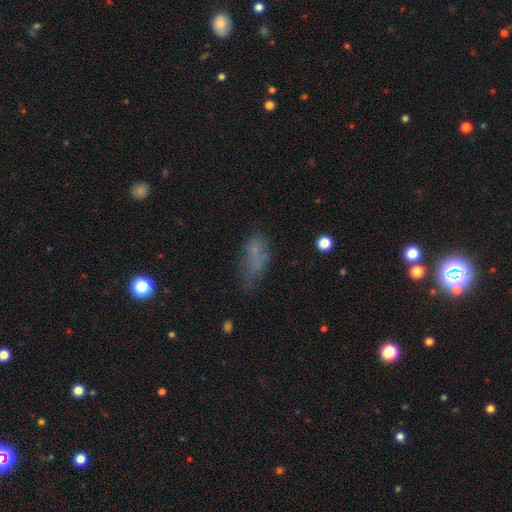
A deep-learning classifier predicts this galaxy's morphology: Smooth or featured? Predicted: smooth (p=0.61). How rounded? Predicted: in between (p=0.77). Merging? Predicted: none (p=0.40).